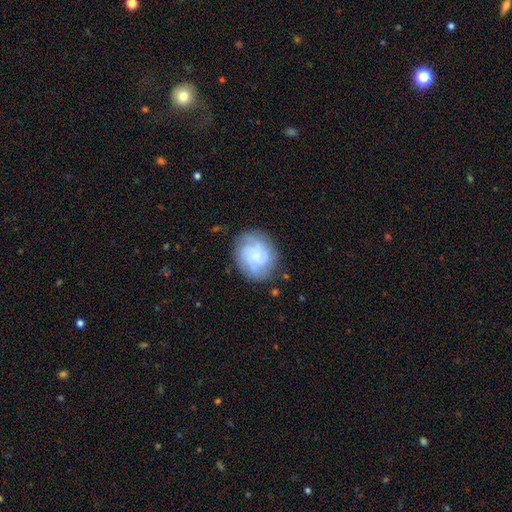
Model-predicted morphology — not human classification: smooth_or_featured: featured or disk (p=0.57) [alt: smooth p=0.35]
disk_edge_on: no (p=0.98) [alt: yes p=0.02]
bar: no (p=0.74) [alt: weak p=0.23]
has_spiral_arms: yes (p=0.89) [alt: no p=0.11]
bulge_size: small (p=0.45) [alt: none p=0.27]
merging: none (p=0.76) [alt: minor disturbance p=0.16]